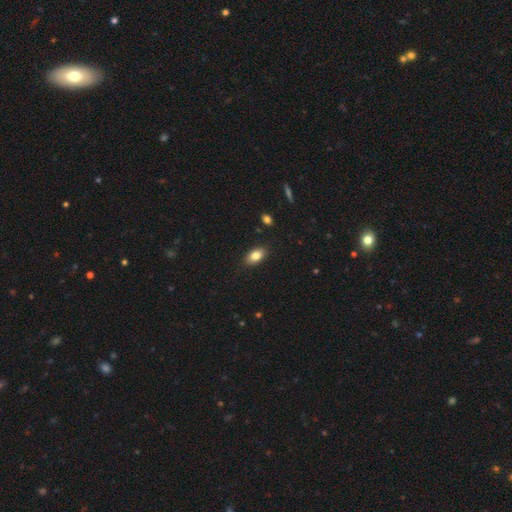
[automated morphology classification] This appears to be a smooth galaxy with no disk features (82%) that is in between round and cigar-shaped (90%). Merging: none (88%).